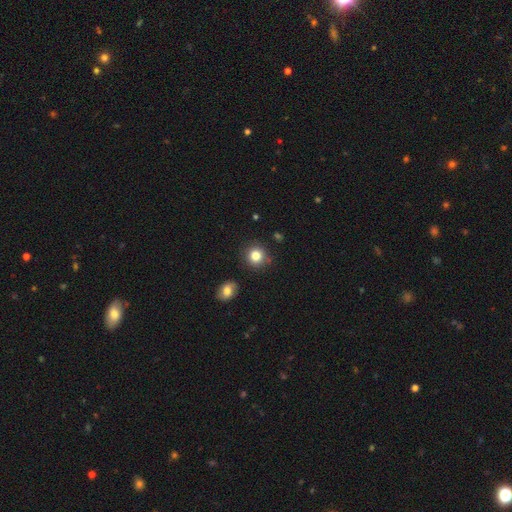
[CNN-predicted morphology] This appears to be a smooth galaxy with no disk features (82%) that is round (90%). Merging: none (86%).